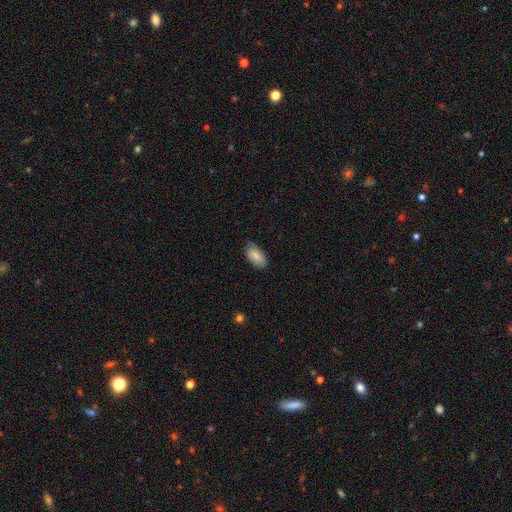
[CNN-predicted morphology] A smooth galaxy with no disk features (81%) that is in between round and cigar-shaped (94%). Merging: none (77%).